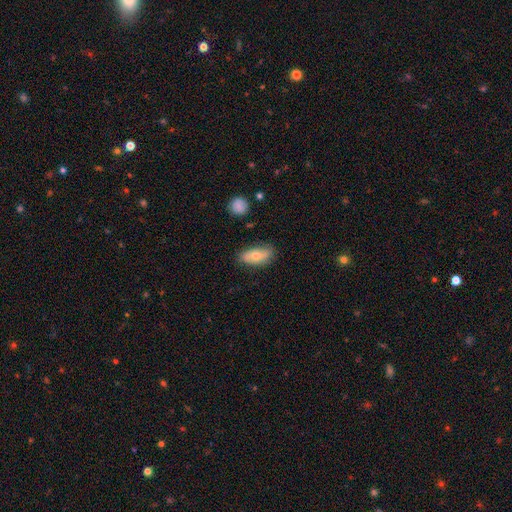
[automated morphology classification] A smooth galaxy with no disk features (66%) that is in between round and cigar-shaped (87%). Merging: none (77%).